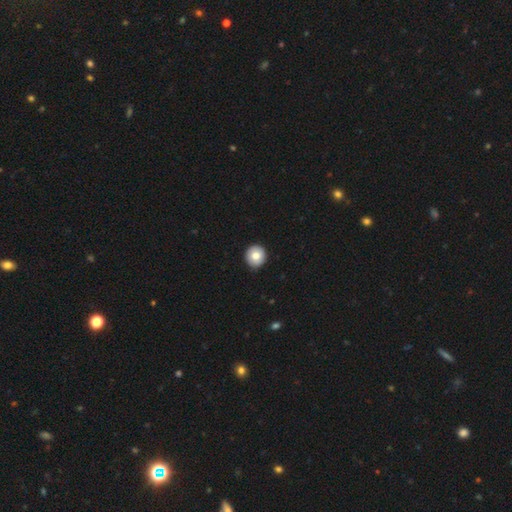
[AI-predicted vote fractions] Q: Smooth or featured?
A: smooth (80%); runner-up: featured or disk (12%)
Q: How rounded?
A: round (91%); runner-up: in between (8%)
Q: Merging?
A: none (92%); runner-up: minor disturbance (5%)